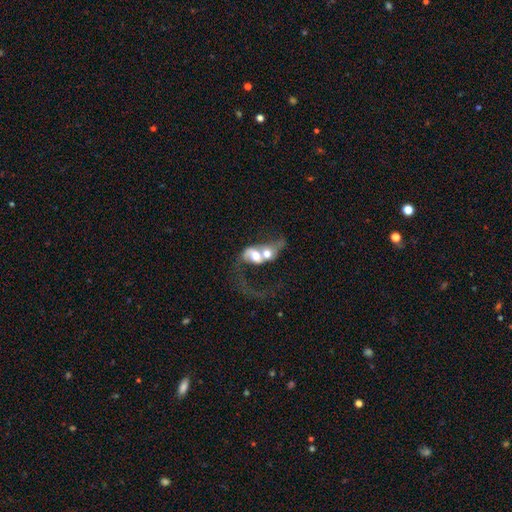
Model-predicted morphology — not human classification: Smooth or featured: featured or disk — 57% (smooth — 34%)
Edge-on disk: no — 95% (yes — 5%)
Bar: no — 69% (weak — 23%)
Spiral arms: yes — 65% (no — 35%)
Bulge size: moderate — 48% (large — 31%)
Merging: merger — 74% (major disturbance — 15%)